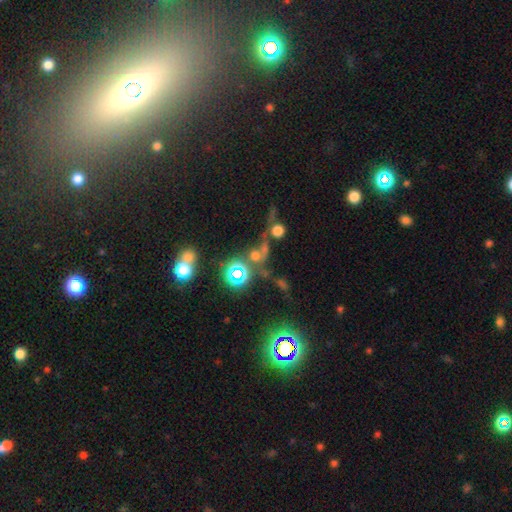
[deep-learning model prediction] Smooth or featured: star or artifact — 45% (smooth — 38%)